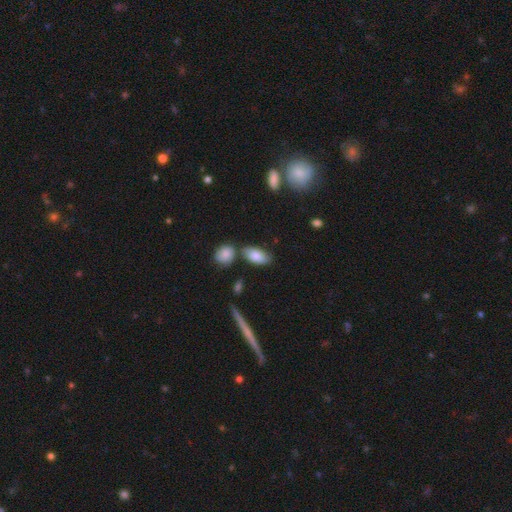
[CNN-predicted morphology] Q: Smooth or featured?
A: smooth (79%); runner-up: featured or disk (13%)
Q: How rounded?
A: in between (91%); runner-up: cigar-shaped (4%)
Q: Merging?
A: none (62%); runner-up: minor disturbance (19%)